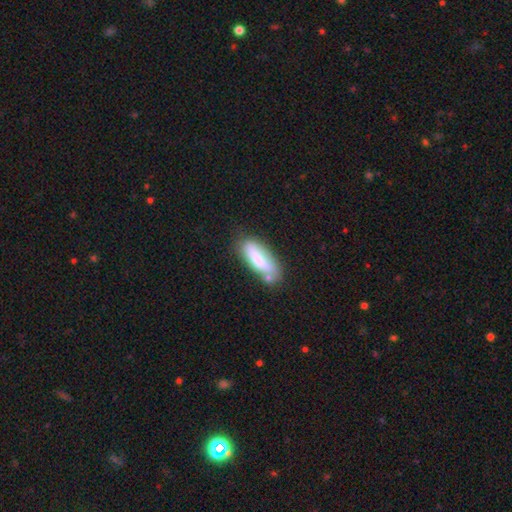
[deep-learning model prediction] smooth 66%, featured or disk 27%, star or artifact 7%. Down the decision tree: how rounded — in between (57%); merging — none (63%).